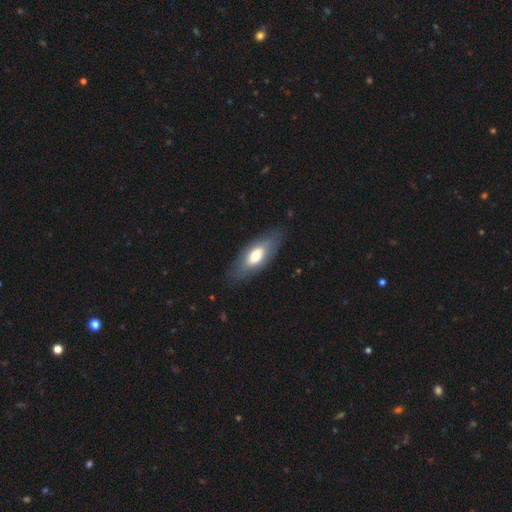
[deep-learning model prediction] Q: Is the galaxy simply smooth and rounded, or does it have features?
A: smooth — 61%.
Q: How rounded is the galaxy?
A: in between — 81%.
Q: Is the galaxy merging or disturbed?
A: none — 80%.